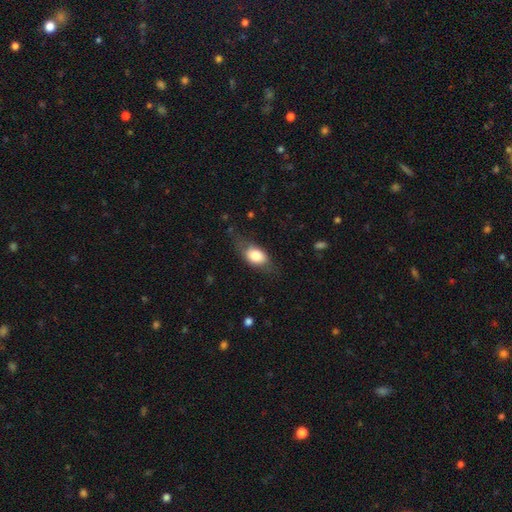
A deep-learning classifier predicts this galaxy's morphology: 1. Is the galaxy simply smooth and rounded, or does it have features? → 74% smooth, 19% featured or disk, 7% star or artifact.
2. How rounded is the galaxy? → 82% in between, 14% round, 4% cigar-shaped.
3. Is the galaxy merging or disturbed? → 58% none, 27% minor disturbance, 13% major disturbance, 2% merger.